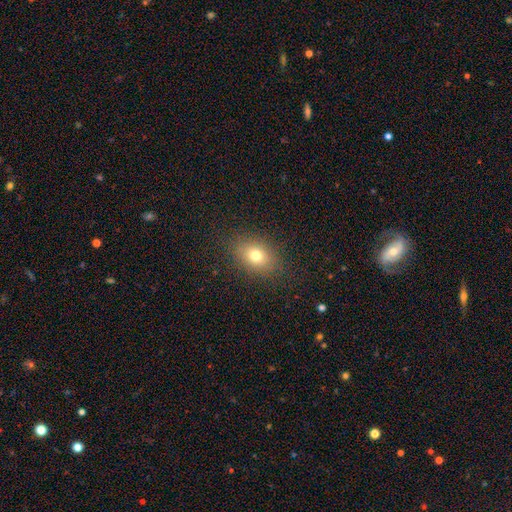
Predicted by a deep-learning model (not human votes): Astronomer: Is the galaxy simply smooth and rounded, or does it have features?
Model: smooth — 75%.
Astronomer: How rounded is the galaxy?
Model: in between — 65%.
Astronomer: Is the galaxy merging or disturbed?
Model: none — 86%.